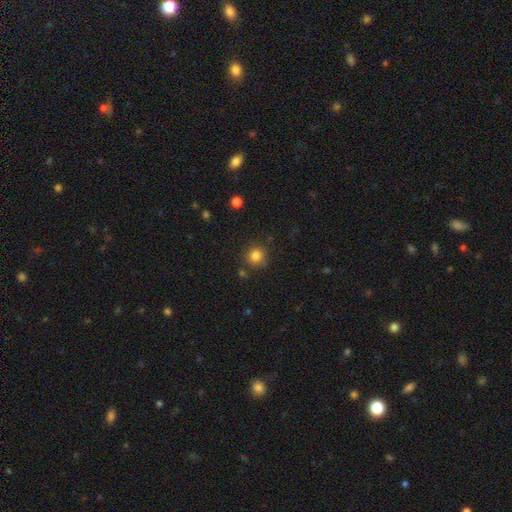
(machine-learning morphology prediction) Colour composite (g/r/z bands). It shows a smooth galaxy with no disk features (82%) that is round (92%). Merging: none (83%).